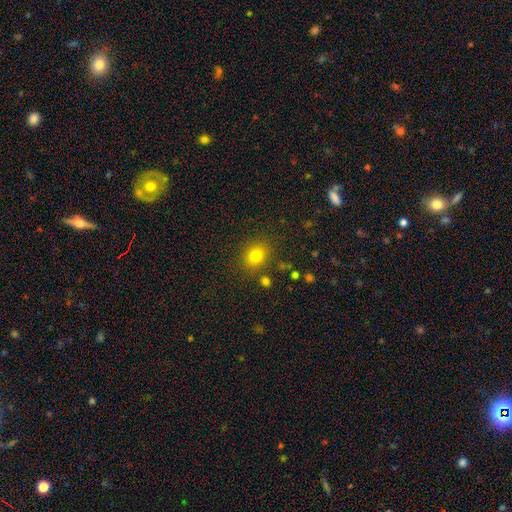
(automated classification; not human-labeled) Morphology: type=smooth (78%); roundness=round (55%); merging=none (83%).